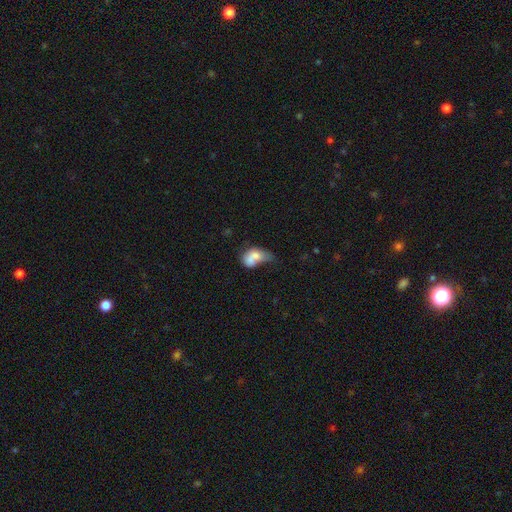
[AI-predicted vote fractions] Smooth or featured? Predicted: smooth (p=0.68). How rounded? Predicted: in between (p=0.82). Merging? Predicted: merger (p=0.36).